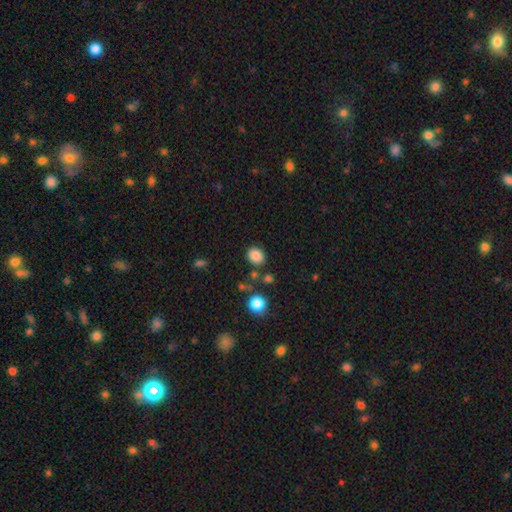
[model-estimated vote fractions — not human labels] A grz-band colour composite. It shows a smooth galaxy with no disk features (85%) that is round (57%). Merging: none (81%).